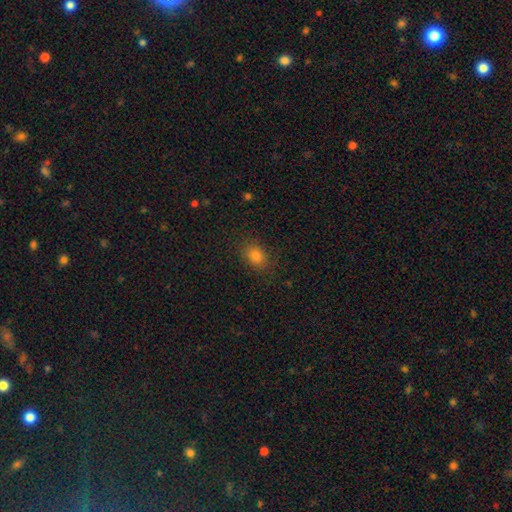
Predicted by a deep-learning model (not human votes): Morphology: type=smooth (80%); roundness=in between (62%); merging=none (85%).